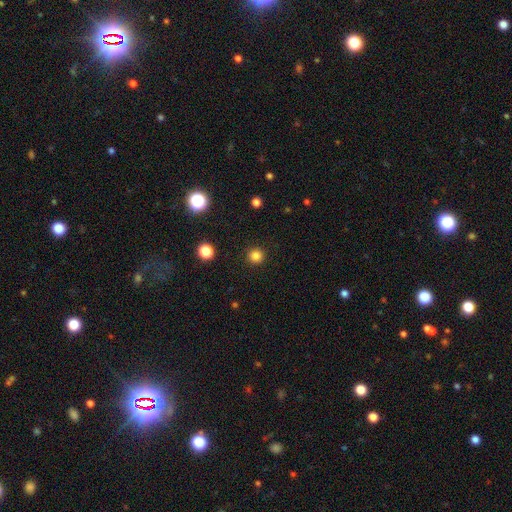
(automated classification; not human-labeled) This appears to be a smooth galaxy with no disk features (83%) that is round (95%). Merging: none (92%).